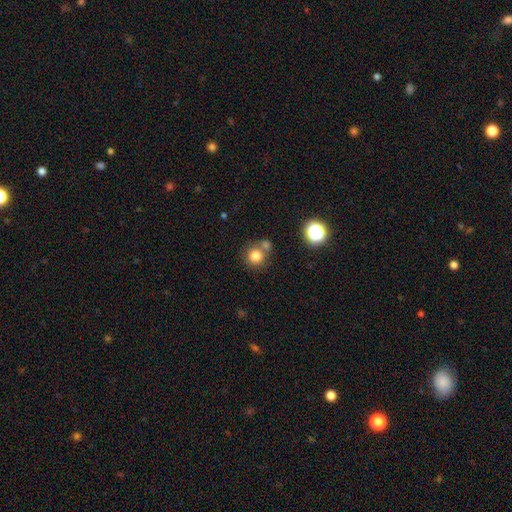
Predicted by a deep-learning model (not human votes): Morphology: type=smooth (79%); roundness=round (91%); merging=none (60%).